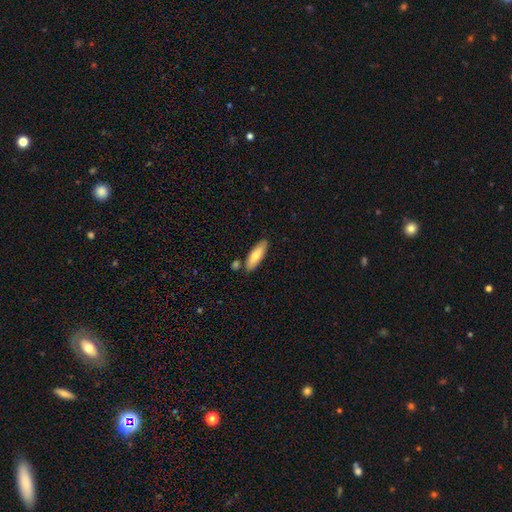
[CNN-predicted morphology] Smooth or featured: smooth — 77% (featured or disk — 17%)
How rounded: in between — 50% (cigar-shaped — 48%)
Merging: none — 80% (minor disturbance — 12%)